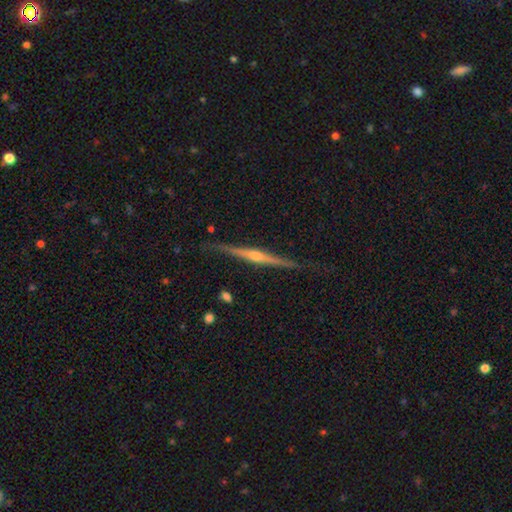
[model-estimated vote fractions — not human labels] smooth_or_featured: featured or disk (p=0.83) [alt: smooth p=0.12]
disk_edge_on: yes (p=0.98) [alt: no p=0.02]
edge_on_bulge: rounded (p=0.89) [alt: none p=0.07]
merging: none (p=0.86) [alt: minor disturbance p=0.11]